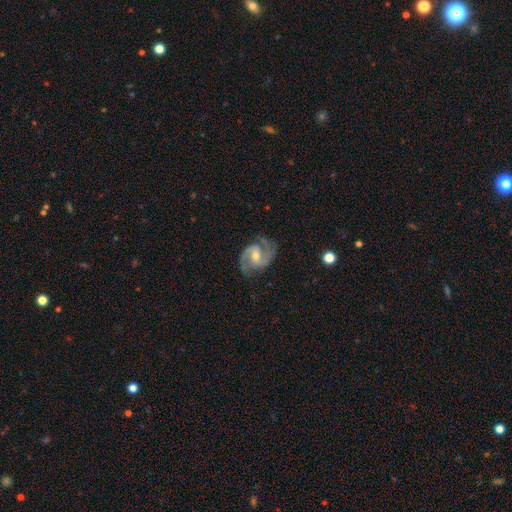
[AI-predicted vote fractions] Overall: featured or disk (88%). Edge-on disk: no (98%). Bar: weak (48%; no 36%). Spiral arms: yes (97%). Spiral arm count: 2 (82%). Spiral winding: medium (55%; tight 25%). Bulge size: moderate (62%; small 33%). Merging: none (74%).